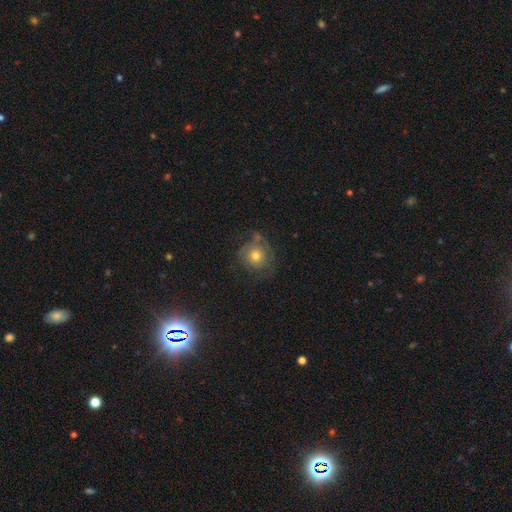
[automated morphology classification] Smooth or featured? Predicted: smooth (p=0.45). Merging? Predicted: none (p=0.59).